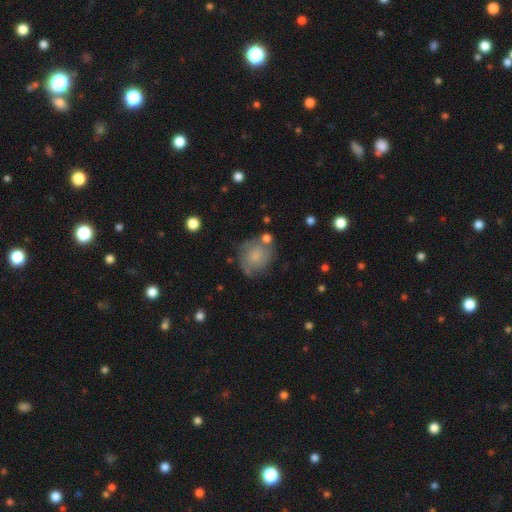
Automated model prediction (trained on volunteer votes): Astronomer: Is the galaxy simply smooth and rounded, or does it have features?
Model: smooth — 64%.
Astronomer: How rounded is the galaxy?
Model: round — 74%.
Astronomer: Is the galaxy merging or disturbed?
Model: none — 59%.